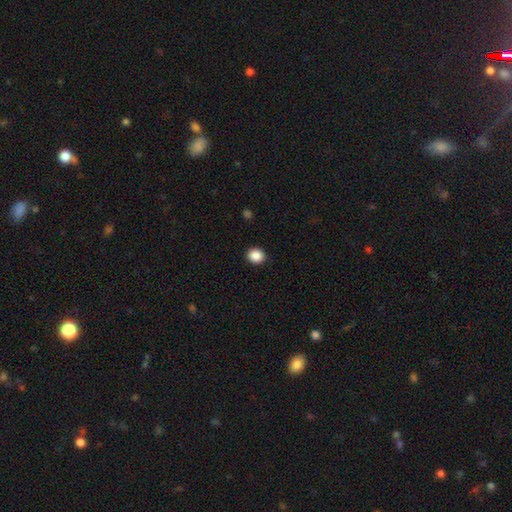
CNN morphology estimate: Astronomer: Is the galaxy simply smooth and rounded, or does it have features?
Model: smooth — 88%.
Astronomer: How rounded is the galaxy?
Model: round — 77%.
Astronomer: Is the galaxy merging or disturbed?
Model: none — 92%.